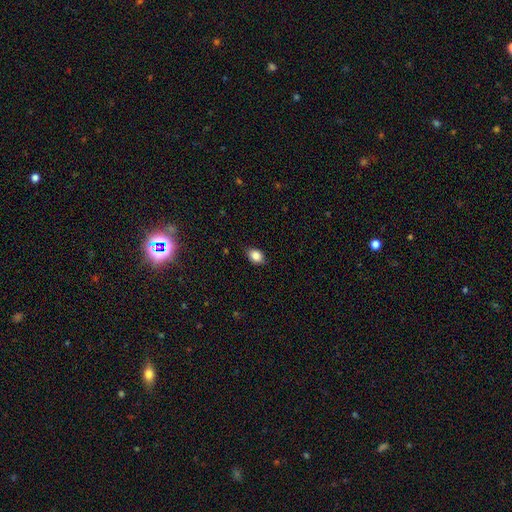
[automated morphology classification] Smooth or featured? smooth (85%)
How rounded? in between (73%)
Merging? none (84%)